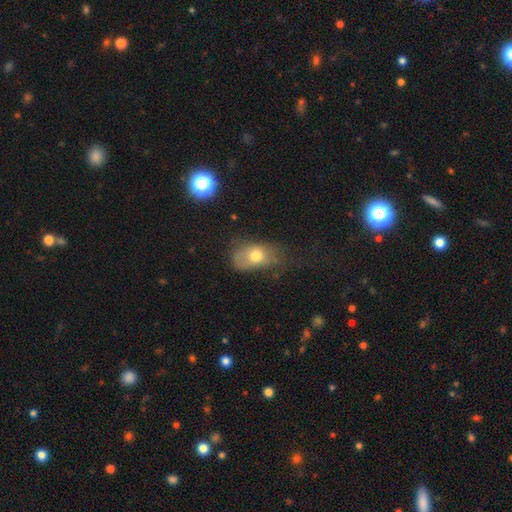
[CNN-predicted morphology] The model was most divided on "merging": none: 38%, minor disturbance: 33%, major disturbance: 26%, merger: 3%. More confident: how rounded — in between (80%); smooth or featured — smooth (68%).